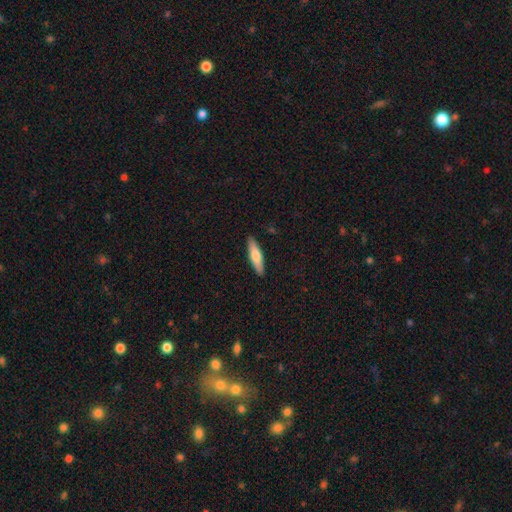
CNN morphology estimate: Overall: smooth (65%; featured or disk 29%). How rounded: cigar-shaped (69%; in between 29%). Merging: none (90%).